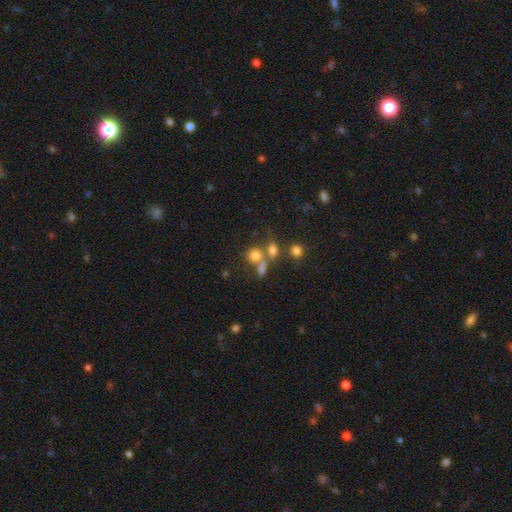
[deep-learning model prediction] Q: Smooth or featured?
A: smooth (71%); runner-up: star or artifact (16%)
Q: How rounded?
A: round (75%); runner-up: in between (23%)
Q: Merging?
A: none (43%); runner-up: merger (39%)